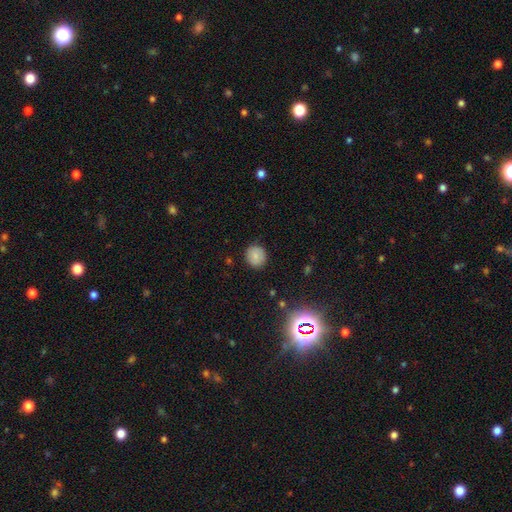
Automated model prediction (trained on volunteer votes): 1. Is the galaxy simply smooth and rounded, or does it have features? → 79% smooth, 11% star or artifact, 9% featured or disk.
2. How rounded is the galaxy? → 90% round, 9% in between, 1% cigar-shaped.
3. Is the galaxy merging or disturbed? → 87% none, 10% minor disturbance, 2% major disturbance, 1% merger.